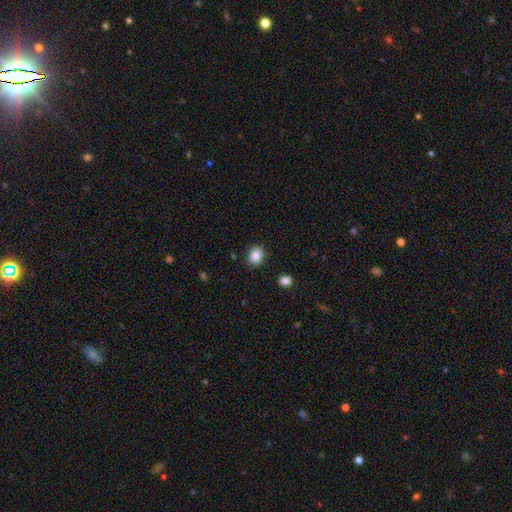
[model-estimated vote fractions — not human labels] Overall: smooth (87%). How rounded: in between (57%; round 42%). Merging: none (87%).